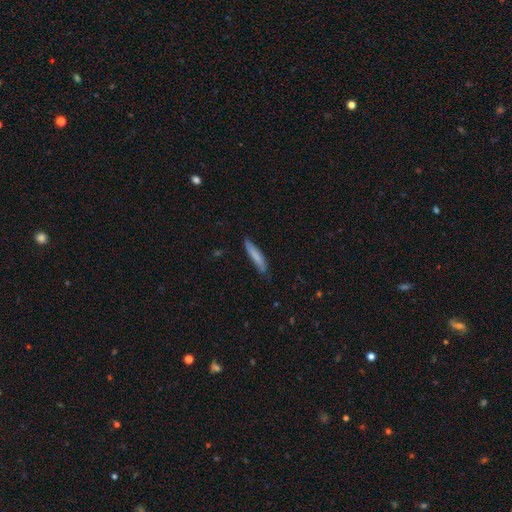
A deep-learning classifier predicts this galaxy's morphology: Q: Smooth or featured?
A: smooth (78%); runner-up: featured or disk (16%)
Q: How rounded?
A: cigar-shaped (90%); runner-up: in between (8%)
Q: Merging?
A: none (79%); runner-up: minor disturbance (17%)